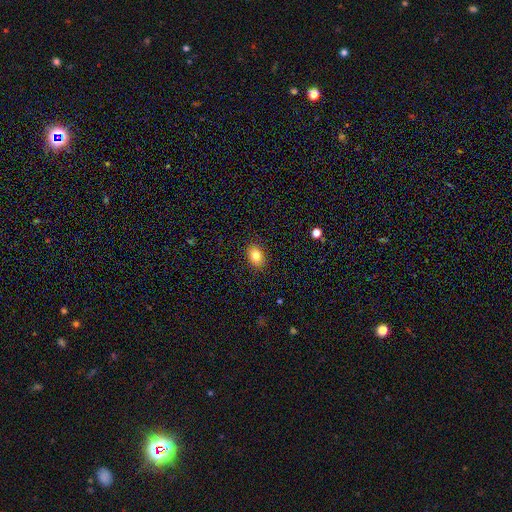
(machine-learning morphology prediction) smooth-or-featured: smooth: 82% | star or artifact: 10% | featured or disk: 8%
  how-rounded: in between: 69% | round: 30% | cigar-shaped: 1%
  merging: none: 89% | minor disturbance: 8% | major disturbance: 2% | merger: 1%